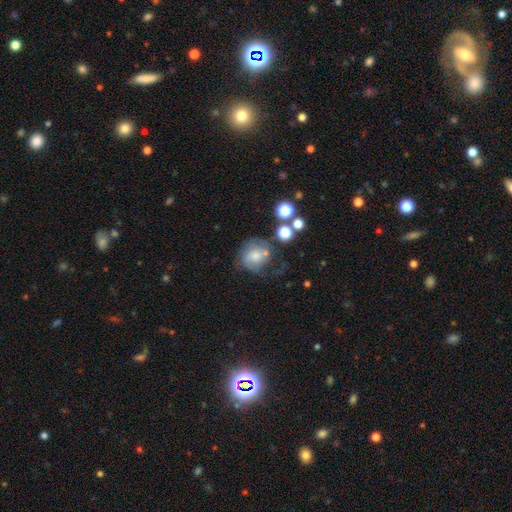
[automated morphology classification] type=smooth (53%); roundness=round (75%); merging=none (40%).